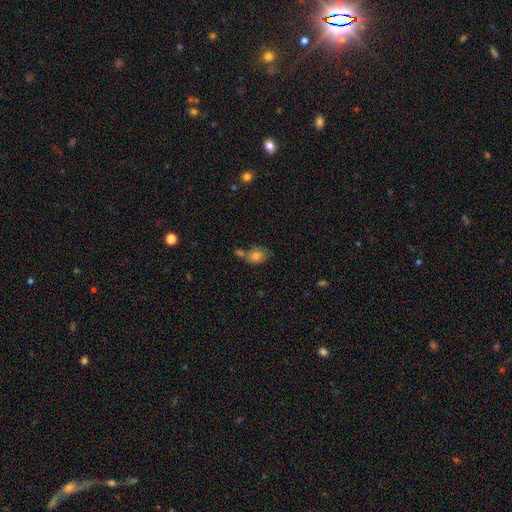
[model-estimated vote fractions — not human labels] The model was most divided on "merging": none: 49%, merger: 28%, minor disturbance: 17%, major disturbance: 6%. More confident: smooth or featured — smooth (79%); how rounded — in between (62%).